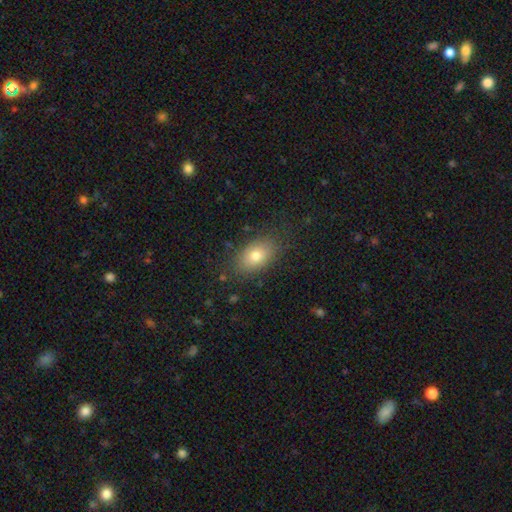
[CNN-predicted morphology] This is likely a smooth galaxy (77%). How rounded: clearly in between (86%). Merging: clearly none (82%).